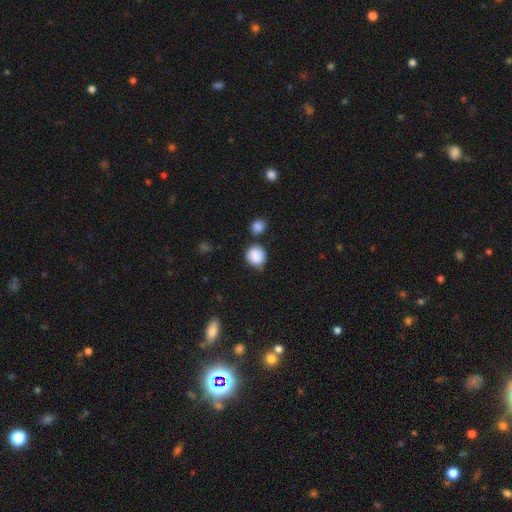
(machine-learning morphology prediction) Q: Smooth or featured?
A: smooth (87%); runner-up: star or artifact (9%)
Q: How rounded?
A: round (79%); runner-up: in between (19%)
Q: Merging?
A: none (67%); runner-up: minor disturbance (19%)